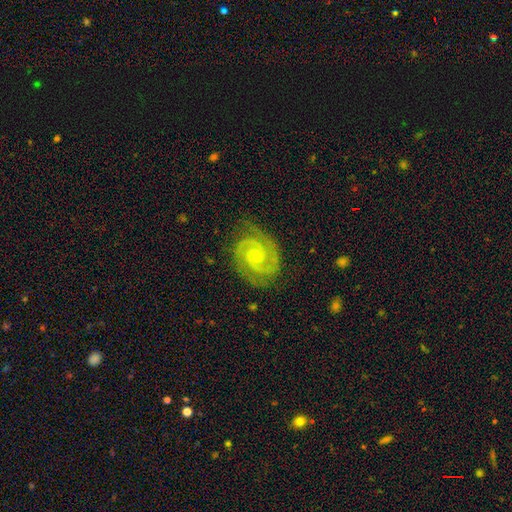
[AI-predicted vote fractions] Q: Smooth or featured?
A: featured or disk (91%); runner-up: star or artifact (5%)
Q: Edge-on disk?
A: no (98%); runner-up: yes (2%)
Q: Bar?
A: no (62%); runner-up: weak (31%)
Q: Spiral arms?
A: yes (99%); runner-up: no (1%)
Q: Spiral winding?
A: tight (70%); runner-up: medium (27%)
Q: Spiral arm count?
A: 2 (91%); runner-up: 3 (3%)
Q: Bulge size?
A: small (69%); runner-up: moderate (21%)
Q: Merging?
A: none (82%); runner-up: minor disturbance (13%)